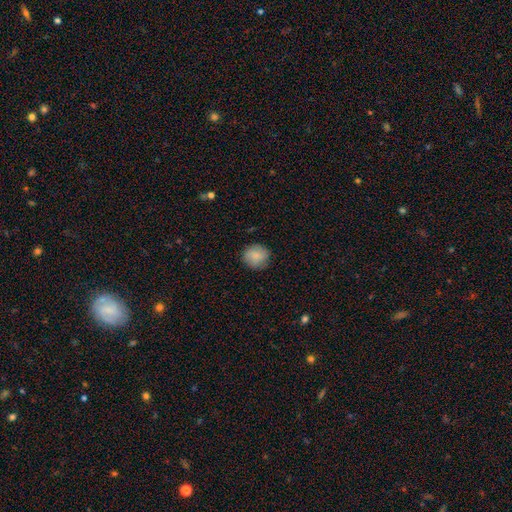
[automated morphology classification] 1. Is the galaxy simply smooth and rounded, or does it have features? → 85% smooth, 8% featured or disk, 7% star or artifact.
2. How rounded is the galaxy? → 85% round, 14% in between, 1% cigar-shaped.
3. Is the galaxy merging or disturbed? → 85% none, 11% minor disturbance, 3% major disturbance, 1% merger.